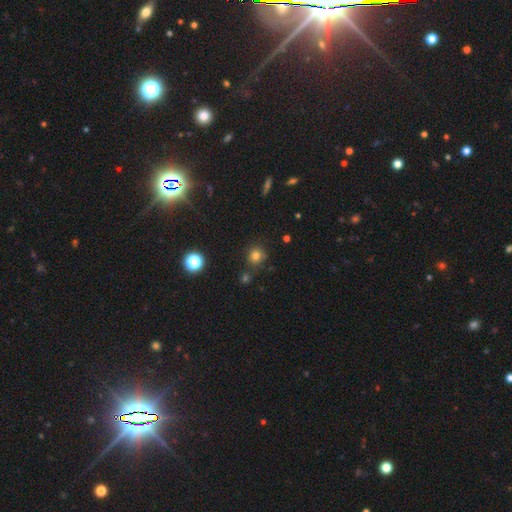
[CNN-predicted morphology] type=smooth (76%); roundness=round (90%); merging=none (79%).